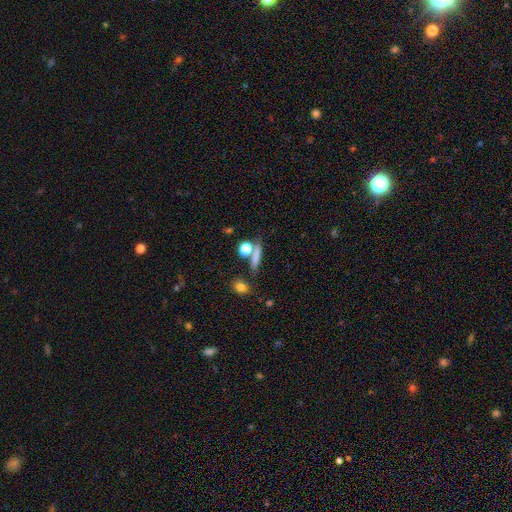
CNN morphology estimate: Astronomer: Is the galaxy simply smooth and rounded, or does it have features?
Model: smooth — 72%.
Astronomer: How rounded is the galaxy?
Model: cigar-shaped — 57%.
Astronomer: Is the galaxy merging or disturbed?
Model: none — 69%.